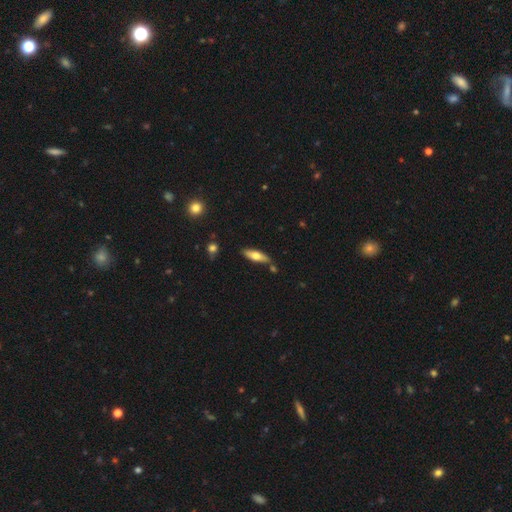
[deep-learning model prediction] This is likely a smooth galaxy (63%). How rounded: possibly in between (50%). Merging: likely none (73%).